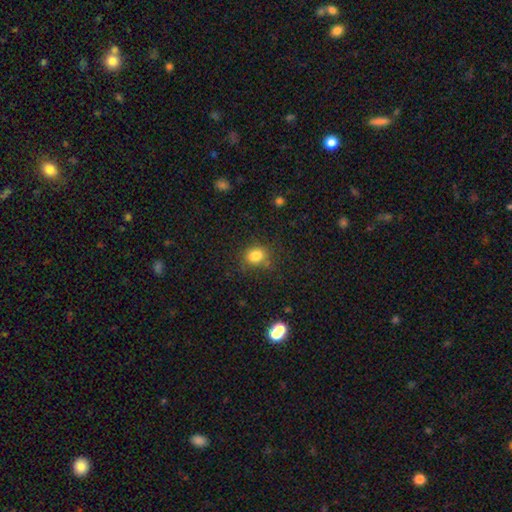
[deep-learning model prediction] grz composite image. It shows a smooth galaxy with no disk features (82%) that is round (64%). Merging: none (74%).